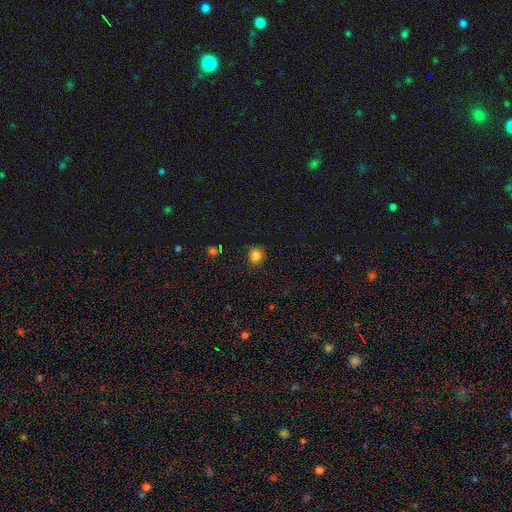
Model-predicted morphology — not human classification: smooth_or_featured: smooth (p=0.82) [alt: star or artifact p=0.14]
how_rounded: round (p=0.79) [alt: in between p=0.20]
merging: none (p=0.83) [alt: minor disturbance p=0.12]